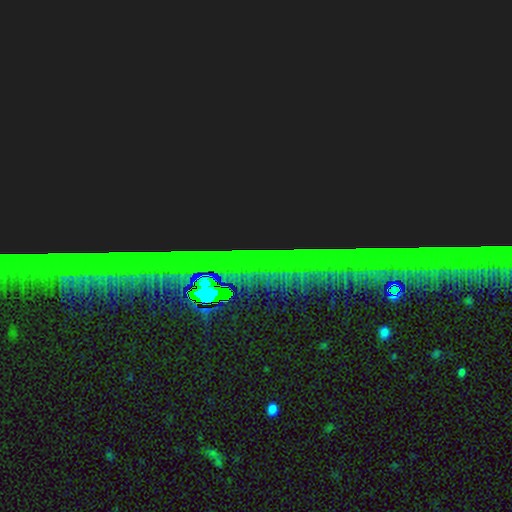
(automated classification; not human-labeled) A star or artifact, not a galaxy (86%).

Vote fractions:
- Smooth or featured? star or artifact: 86% / featured or disk: 8% / smooth: 6%